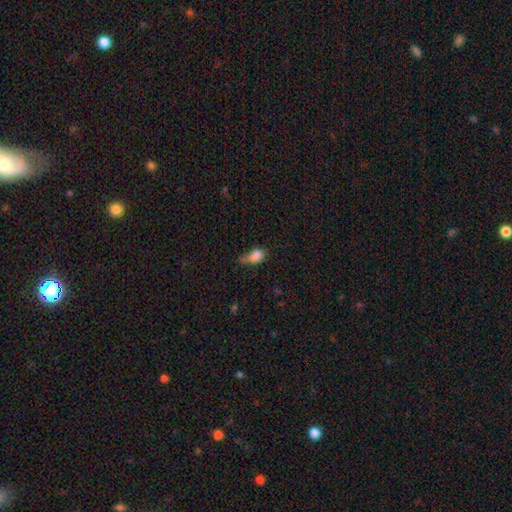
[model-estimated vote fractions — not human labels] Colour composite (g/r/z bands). It shows a smooth galaxy with no disk features (81%) that is in between round and cigar-shaped (81%). Merging: minor disturbance (38%).